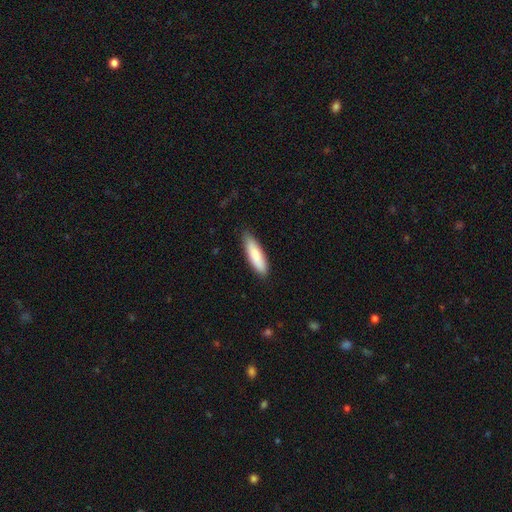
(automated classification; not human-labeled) This appears to be a smooth galaxy with no disk features (85%) that is cigar-shaped (60%). Merging: none (86%).